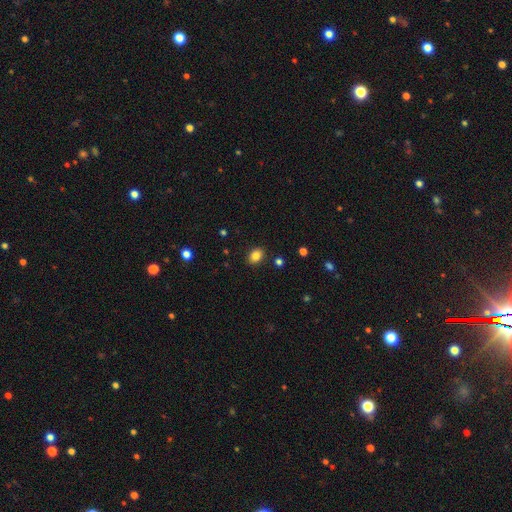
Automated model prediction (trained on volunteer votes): smooth_or_featured: smooth (p=0.85) [alt: star or artifact p=0.10]
how_rounded: in between (p=0.64) [alt: round p=0.35]
merging: none (p=0.88) [alt: minor disturbance p=0.08]